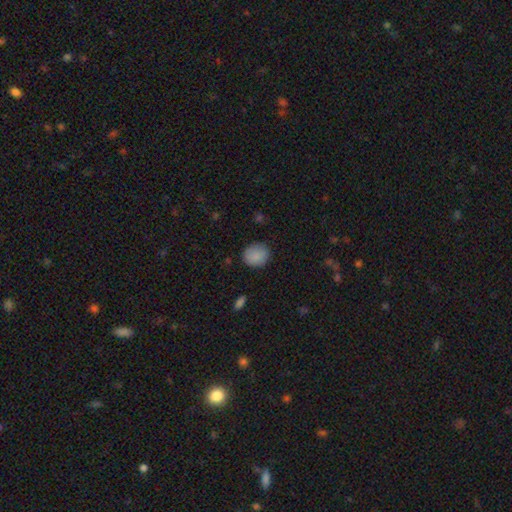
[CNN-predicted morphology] This is clearly a smooth galaxy (87%). How rounded: likely round (75%). Merging: clearly none (84%).